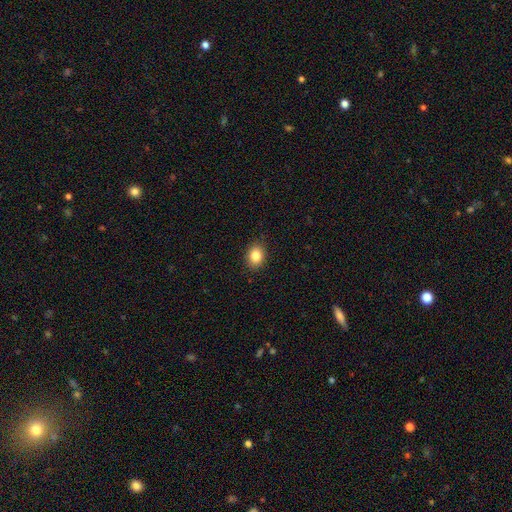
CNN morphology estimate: smooth_or_featured: smooth (p=0.86) [alt: star or artifact p=0.09]
how_rounded: in between (p=0.61) [alt: round p=0.38]
merging: none (p=0.88) [alt: minor disturbance p=0.09]